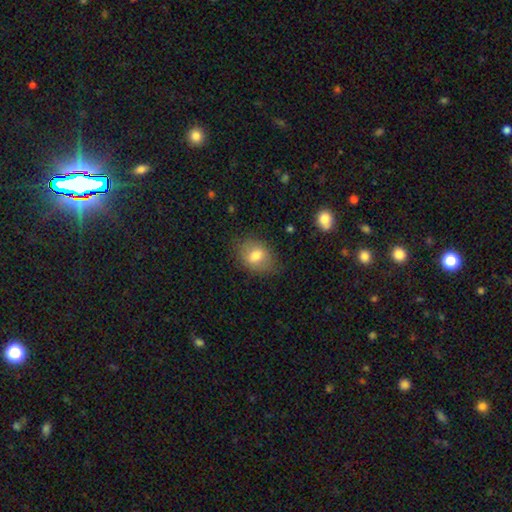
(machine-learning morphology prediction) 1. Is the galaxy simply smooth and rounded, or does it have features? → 71% smooth, 20% featured or disk, 8% star or artifact.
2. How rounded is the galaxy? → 65% in between, 34% round, 1% cigar-shaped.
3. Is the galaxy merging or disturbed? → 71% none, 21% minor disturbance, 7% major disturbance, 1% merger.